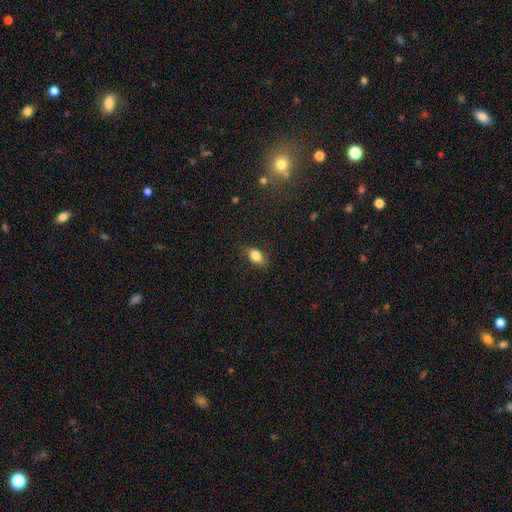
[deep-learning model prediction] Overall: smooth (83%). How rounded: in between (81%). Merging: none (81%).